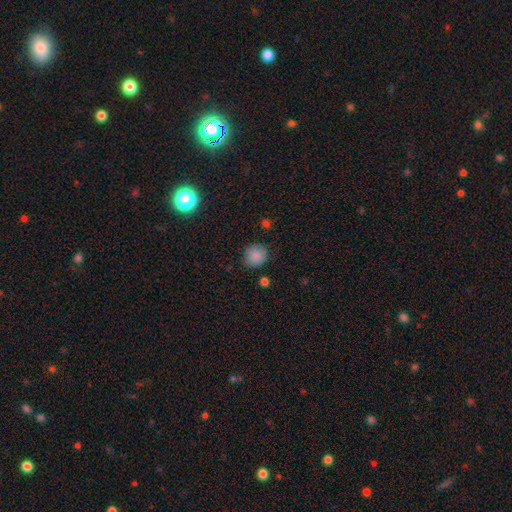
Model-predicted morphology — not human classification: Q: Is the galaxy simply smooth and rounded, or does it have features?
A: smooth — 85%.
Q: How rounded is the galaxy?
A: round — 86%.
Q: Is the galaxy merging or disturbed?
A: none — 83%.